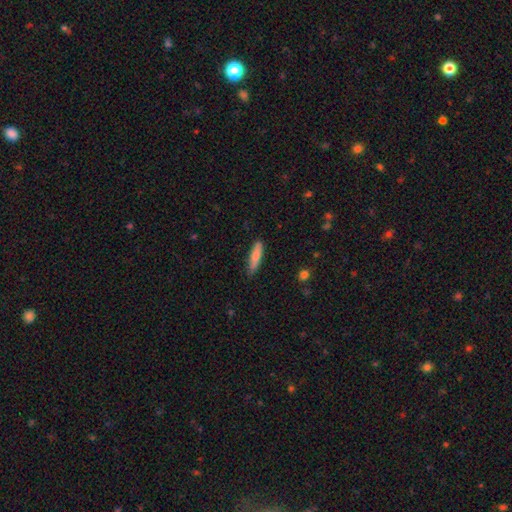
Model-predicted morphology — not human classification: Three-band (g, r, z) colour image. It shows a smooth galaxy with no disk features (81%) that is cigar-shaped (80%). Merging: none (79%).